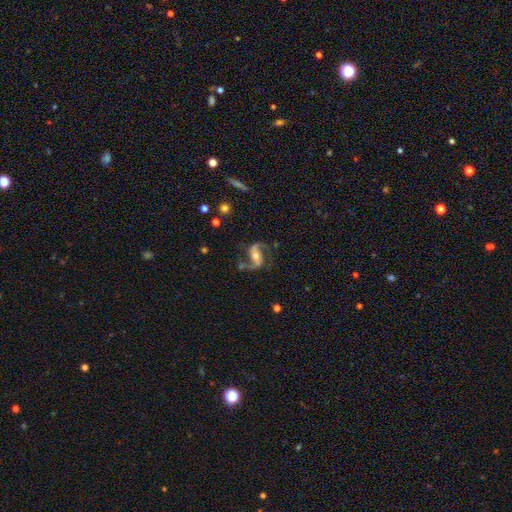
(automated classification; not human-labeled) Overall: featured or disk (89%). Edge-on disk: no (96%). Bar: strong (43%; weak 30%). Spiral arms: yes (97%). Spiral arm count: 2 (93%). Spiral winding: loose (52%; medium 39%). Bulge size: moderate (59%; small 34%). Merging: none (72%).